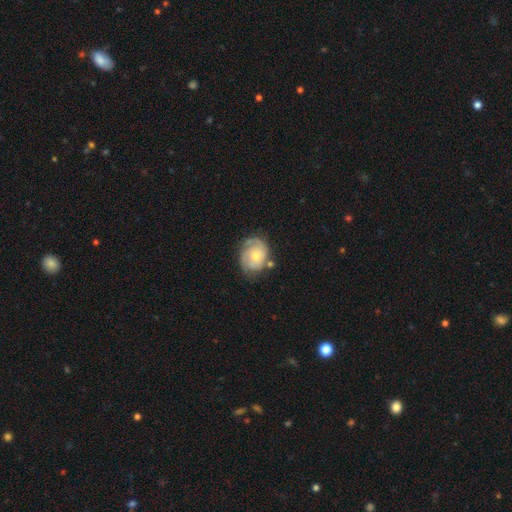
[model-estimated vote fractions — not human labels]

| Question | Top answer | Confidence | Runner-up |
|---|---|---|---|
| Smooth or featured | featured or disk | 64% | smooth (30%) |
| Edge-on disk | no | 97% | yes (3%) |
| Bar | no | 78% | weak (19%) |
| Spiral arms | yes | 85% | no (15%) |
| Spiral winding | tight | 63% | medium (27%) |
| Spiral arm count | can't tell | 34% | 2 (33%) |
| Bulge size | moderate | 51% | small (43%) |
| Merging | none | 60% | minor disturbance (24%) |